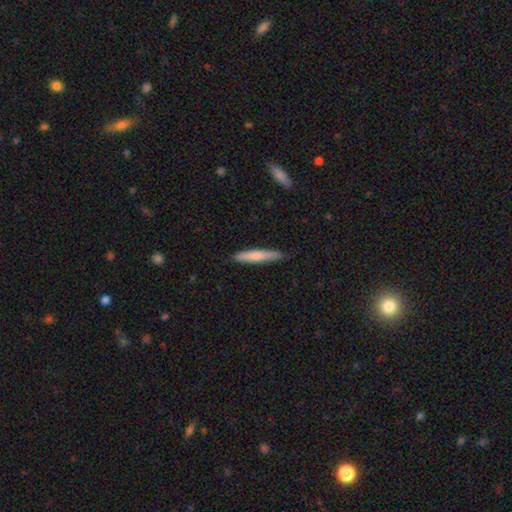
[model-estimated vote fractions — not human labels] smooth 69%, featured or disk 26%, star or artifact 5%. Down the decision tree: how rounded — cigar-shaped (91%); merging — none (85%).